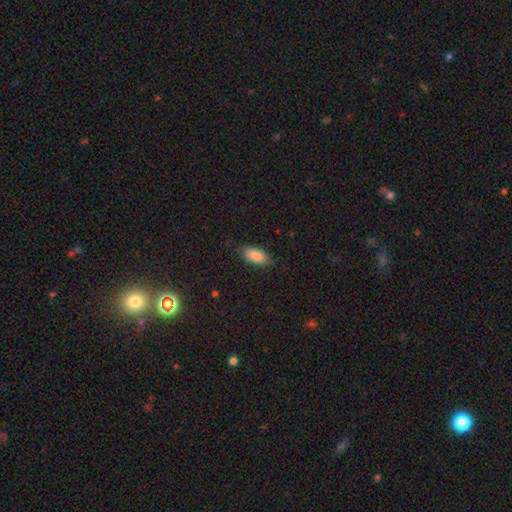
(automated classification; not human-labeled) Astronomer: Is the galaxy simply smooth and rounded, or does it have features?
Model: smooth — 87%.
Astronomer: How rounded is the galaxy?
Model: in between — 90%.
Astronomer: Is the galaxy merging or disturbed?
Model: none — 82%.